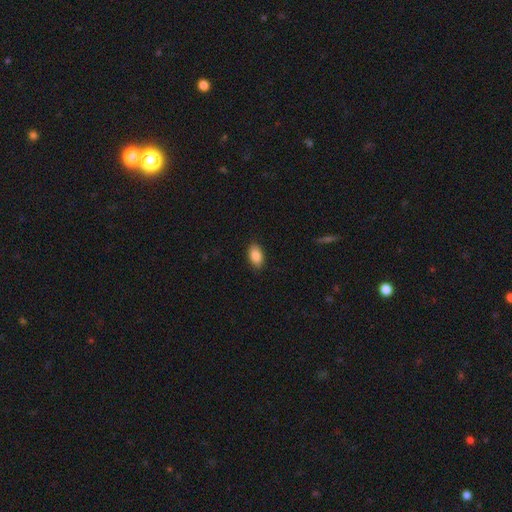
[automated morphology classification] Smooth or featured: smooth — 87% (star or artifact — 7%)
How rounded: in between — 92% (round — 6%)
Merging: none — 87% (minor disturbance — 10%)